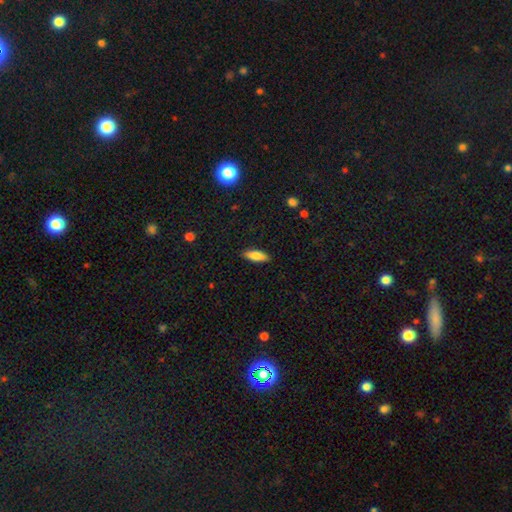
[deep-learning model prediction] smooth 79%, featured or disk 14%, star or artifact 6%. Down the decision tree: how rounded — in between (64%); merging — none (88%).